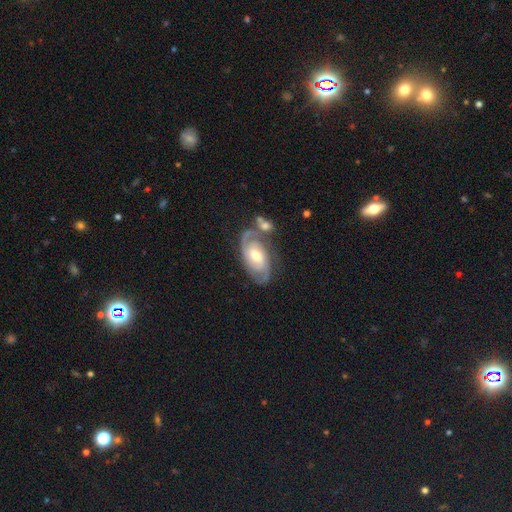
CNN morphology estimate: Smooth or featured? featured or disk (87%)
Edge-on disk? no (96%)
Bar? weak (44%)
Spiral arms? yes (96%)
Spiral winding? tight (55%)
Spiral arm count? 2 (80%)
Bulge size? moderate (70%)
Merging? none (59%)